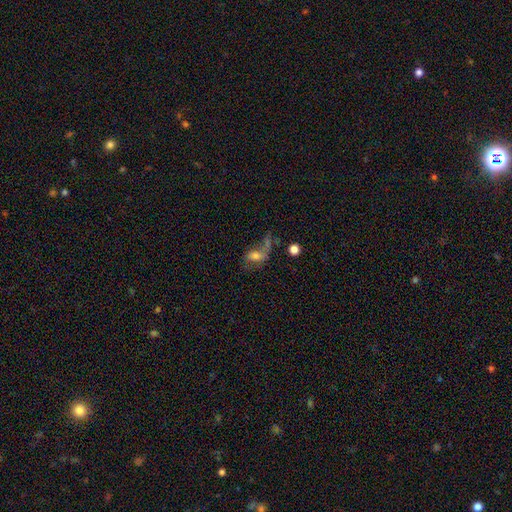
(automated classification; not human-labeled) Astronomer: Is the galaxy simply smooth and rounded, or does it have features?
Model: smooth — 45% (runner-up: featured or disk, 42%).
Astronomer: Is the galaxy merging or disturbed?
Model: major disturbance — 33% (runner-up: none, 31%).